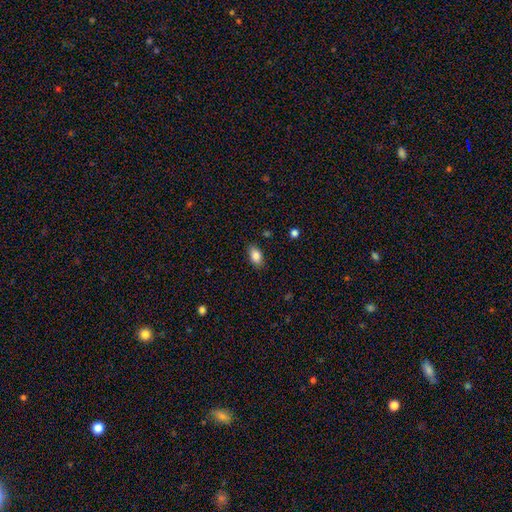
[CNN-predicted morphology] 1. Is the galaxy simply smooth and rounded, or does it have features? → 86% smooth, 8% star or artifact, 6% featured or disk.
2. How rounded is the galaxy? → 90% in between, 7% round, 3% cigar-shaped.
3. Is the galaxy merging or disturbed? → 86% none, 10% minor disturbance, 2% major disturbance, 1% merger.